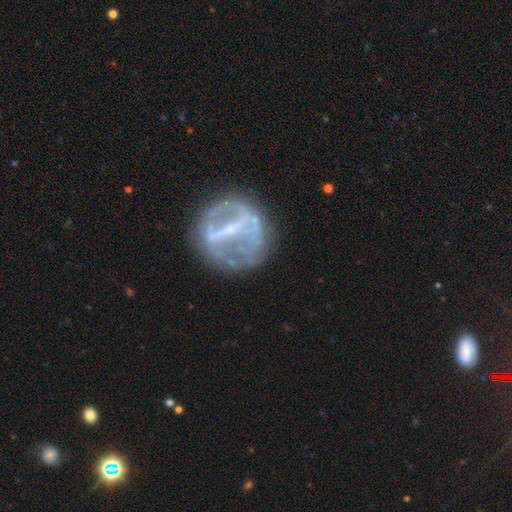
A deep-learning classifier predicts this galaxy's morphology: Smooth or featured?
  - featured or disk: 74% *
  - smooth: 17%
  - star or artifact: 10%
Edge-on disk?
  - no: 91% *
  - yes: 9%
Bar?
  - strong: 69% *
  - weak: 21%
  - no: 10%
Spiral arms?
  - no: 65% *
  - yes: 35%
Bulge size?
  - small: 49% *
  - none: 32%
  - moderate: 16%
  - large: 2%
  - dominant: 1%
Merging?
  - none: 72% *
  - minor disturbance: 15%
  - major disturbance: 11%
  - merger: 2%